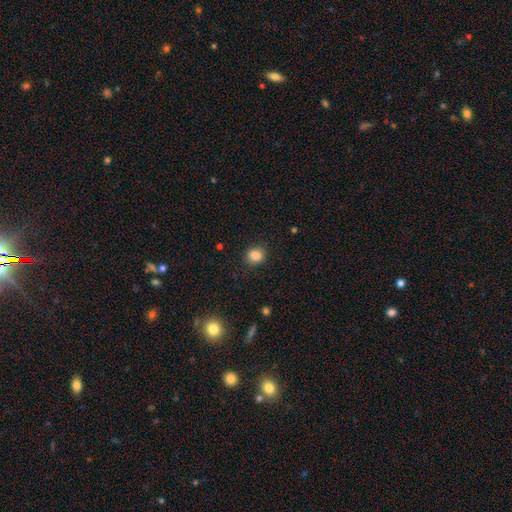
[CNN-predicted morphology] The model was most divided on "how rounded": round: 67%, in between: 32%, cigar-shaped: 1%. More confident: smooth or featured — smooth (86%); merging — none (85%).